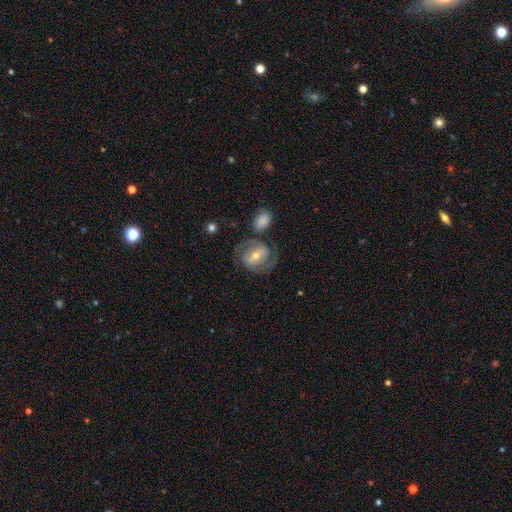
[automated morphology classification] Q: Smooth or featured?
A: featured or disk (68%); runner-up: smooth (25%)
Q: Edge-on disk?
A: no (96%); runner-up: yes (4%)
Q: Bar?
A: weak (42%); runner-up: no (31%)
Q: Spiral arms?
A: yes (82%); runner-up: no (18%)
Q: Spiral winding?
A: medium (44%); runner-up: tight (39%)
Q: Spiral arm count?
A: 2 (75%); runner-up: can't tell (14%)
Q: Bulge size?
A: moderate (57%); runner-up: small (37%)
Q: Merging?
A: none (60%); runner-up: minor disturbance (18%)